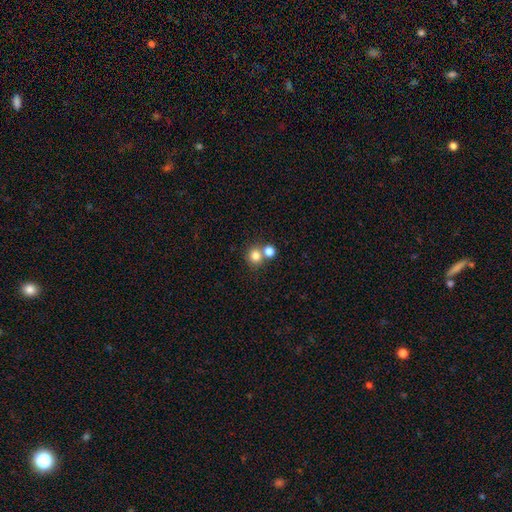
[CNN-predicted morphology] smooth 80%, star or artifact 12%, featured or disk 8%. Down the decision tree: how rounded — round (86%); merging — none (54%).